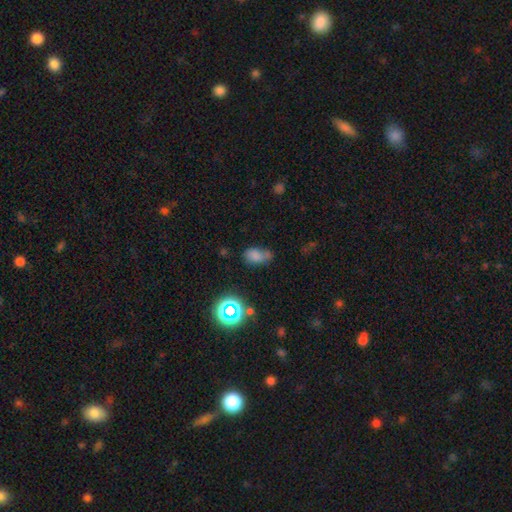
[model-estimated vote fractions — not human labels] smooth 69%, star or artifact 19%, featured or disk 12%. Down the decision tree: how rounded — in between (82%); merging — none (43%).